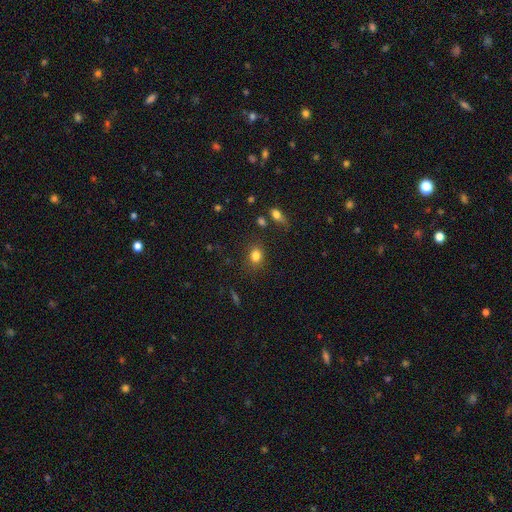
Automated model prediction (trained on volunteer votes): Q: Smooth or featured?
A: smooth (83%); runner-up: star or artifact (11%)
Q: How rounded?
A: in between (58%); runner-up: round (40%)
Q: Merging?
A: none (80%); runner-up: minor disturbance (13%)